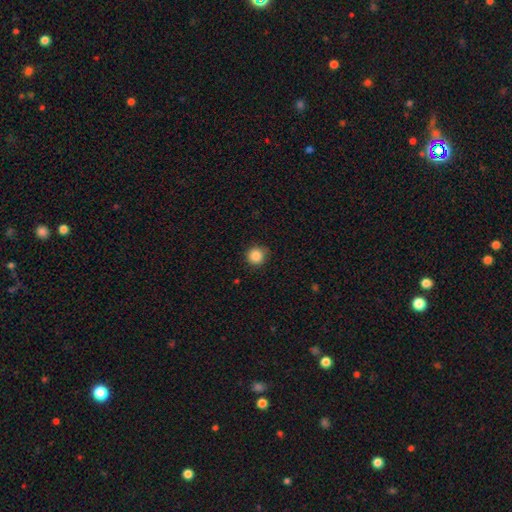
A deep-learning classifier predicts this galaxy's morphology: type=smooth (87%); roundness=round (94%); merging=none (86%).